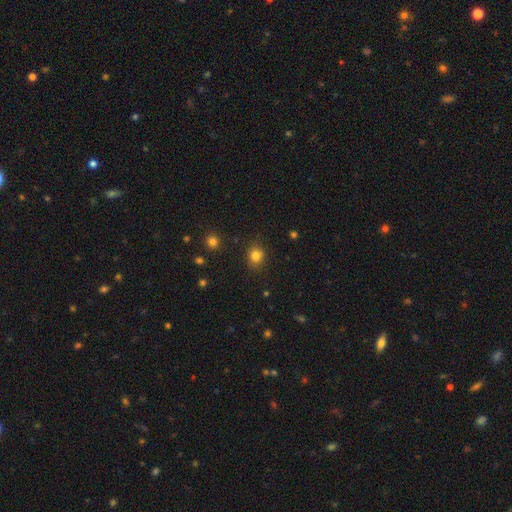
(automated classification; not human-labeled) Smooth or featured: smooth — 82% (star or artifact — 13%)
How rounded: round — 69% (in between — 30%)
Merging: none — 85% (minor disturbance — 10%)